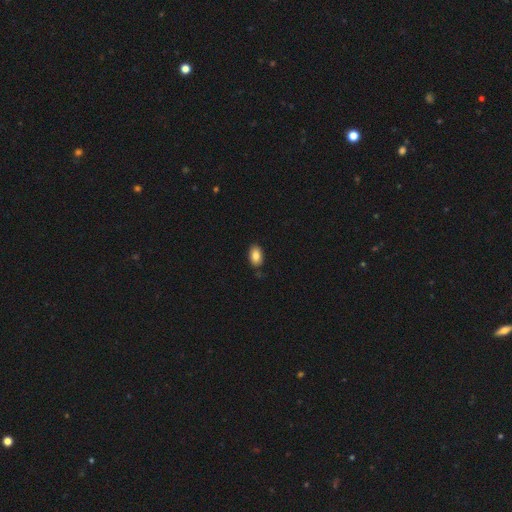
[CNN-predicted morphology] Smooth or featured?
  - smooth: 86% *
  - star or artifact: 8%
  - featured or disk: 7%
How rounded?
  - in between: 91% *
  - round: 8%
  - cigar-shaped: 1%
Merging?
  - none: 83% *
  - minor disturbance: 13%
  - major disturbance: 2%
  - merger: 2%